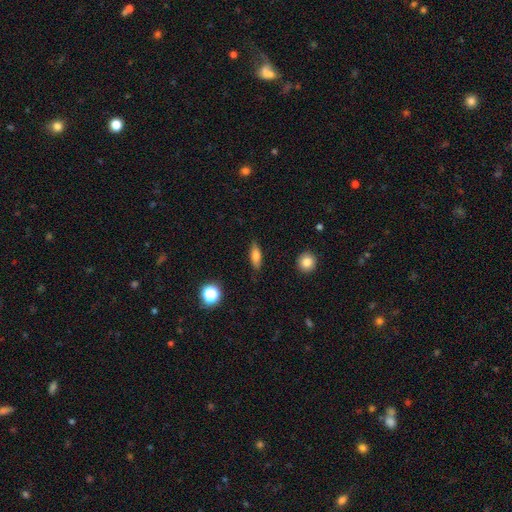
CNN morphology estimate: Smooth or featured? smooth (70%)
How rounded? in between (60%)
Merging? none (84%)